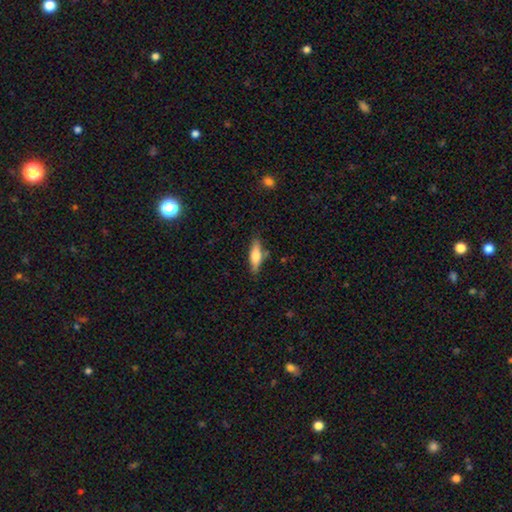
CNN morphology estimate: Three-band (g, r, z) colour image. It shows a smooth galaxy with no disk features (66%) that is cigar-shaped (55%). Merging: none (79%).